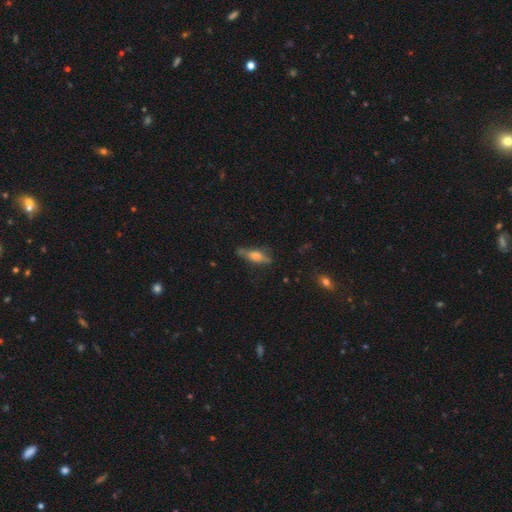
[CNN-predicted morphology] Overall: featured or disk (45%; smooth 44%). Merging: none (66%).